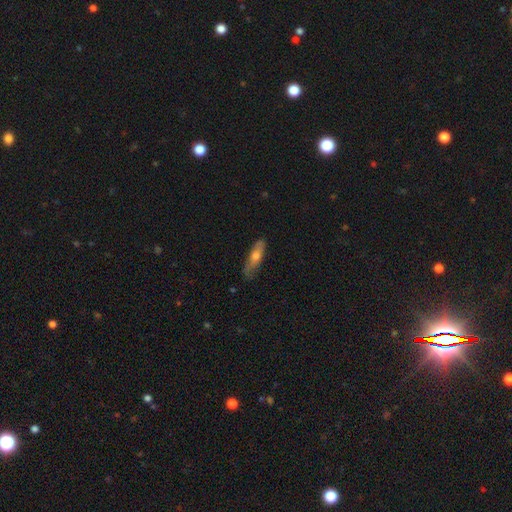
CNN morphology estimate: A smooth galaxy with no disk features (57%) that is cigar-shaped (60%). Merging: none (72%).